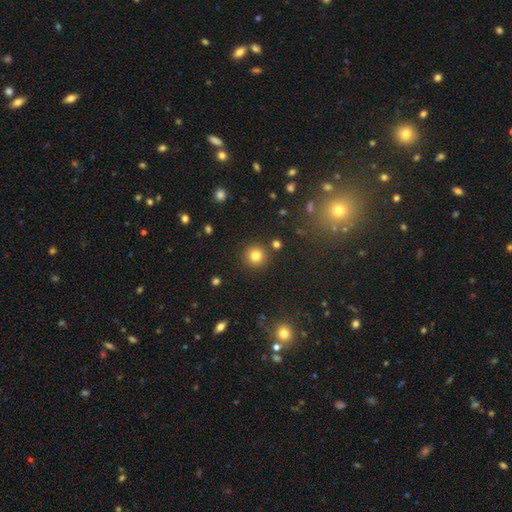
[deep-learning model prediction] Q: Smooth or featured?
A: smooth (80%); runner-up: star or artifact (13%)
Q: How rounded?
A: round (94%); runner-up: in between (5%)
Q: Merging?
A: none (88%); runner-up: minor disturbance (6%)